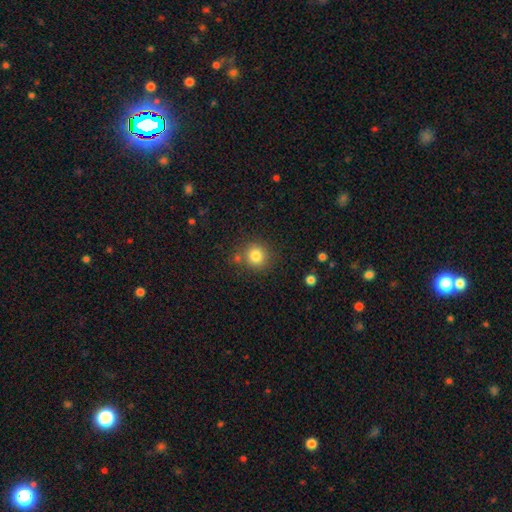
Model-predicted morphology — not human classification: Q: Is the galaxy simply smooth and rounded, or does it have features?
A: smooth — 82%.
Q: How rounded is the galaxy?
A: round — 89%.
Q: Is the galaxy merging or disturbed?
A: none — 79%.